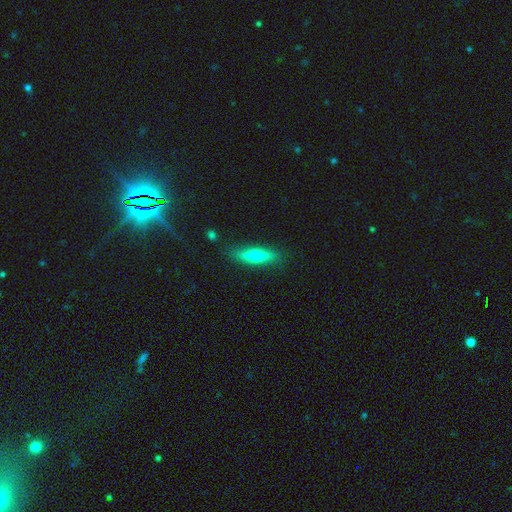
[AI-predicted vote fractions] Smooth or featured? smooth (61%)
How rounded? cigar-shaped (71%)
Merging? none (84%)